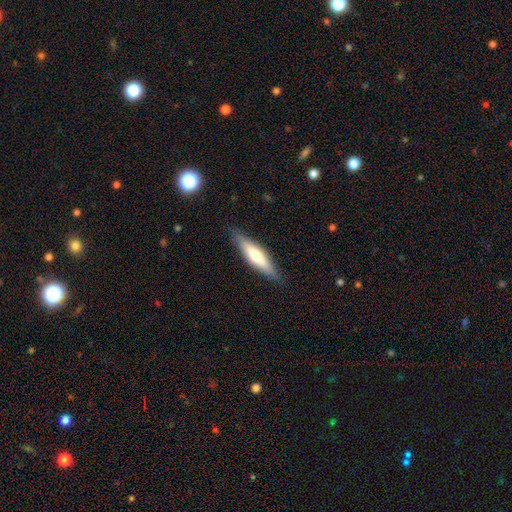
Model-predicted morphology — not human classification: This appears to be a smooth galaxy with no disk features (57%) that is cigar-shaped (76%). Merging: none (86%).